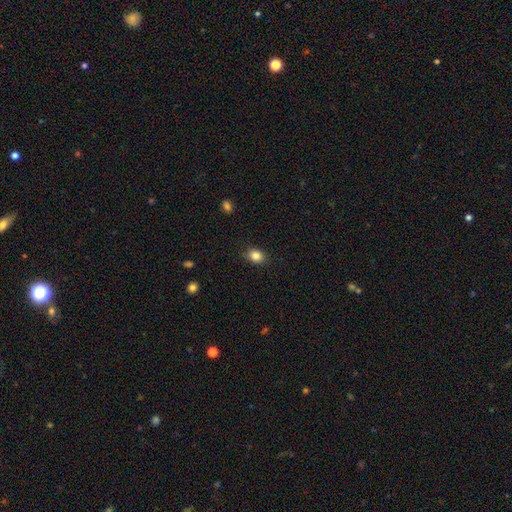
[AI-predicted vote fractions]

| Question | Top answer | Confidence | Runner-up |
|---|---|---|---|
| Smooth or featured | smooth | 85% | star or artifact (10%) |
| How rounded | in between | 57% | round (42%) |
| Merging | none | 87% | minor disturbance (10%) |